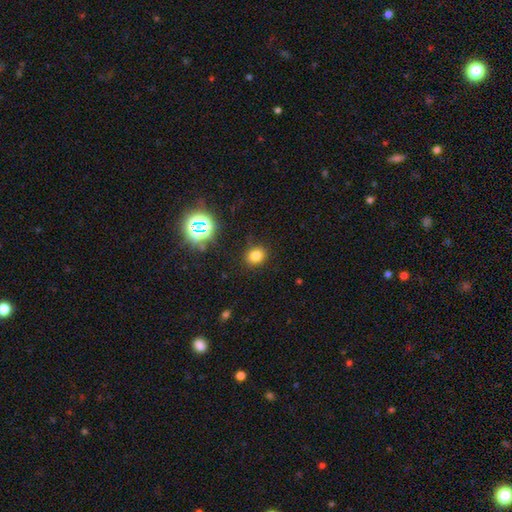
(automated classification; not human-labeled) Smooth or featured?
  - smooth: 75% *
  - star or artifact: 19%
  - featured or disk: 6%
How rounded?
  - round: 70% *
  - in between: 29%
  - cigar-shaped: 1%
Merging?
  - none: 86% *
  - minor disturbance: 9%
  - major disturbance: 3%
  - merger: 2%